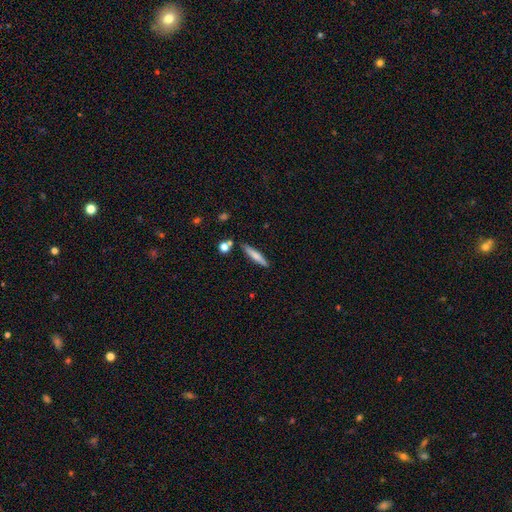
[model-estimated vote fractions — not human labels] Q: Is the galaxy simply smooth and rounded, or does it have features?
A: smooth — 68%.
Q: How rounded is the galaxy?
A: cigar-shaped — 90%.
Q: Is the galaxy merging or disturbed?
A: none — 83%.